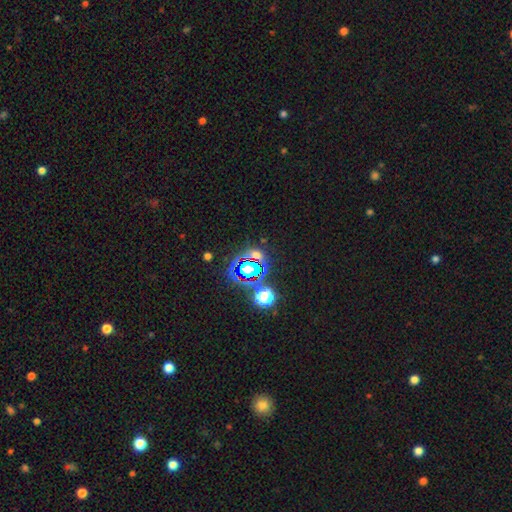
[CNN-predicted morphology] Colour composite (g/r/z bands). It shows a star or artifact, not a galaxy (62%).